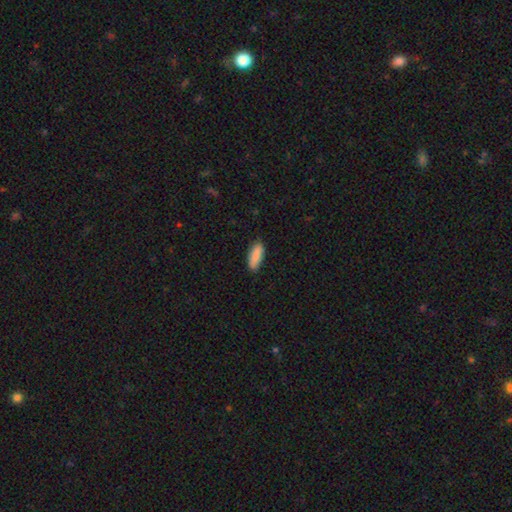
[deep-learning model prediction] smooth_or_featured: smooth (p=0.88) [alt: star or artifact p=0.06]
how_rounded: in between (p=0.68) [alt: cigar-shaped p=0.30]
merging: none (p=0.86) [alt: minor disturbance p=0.11]